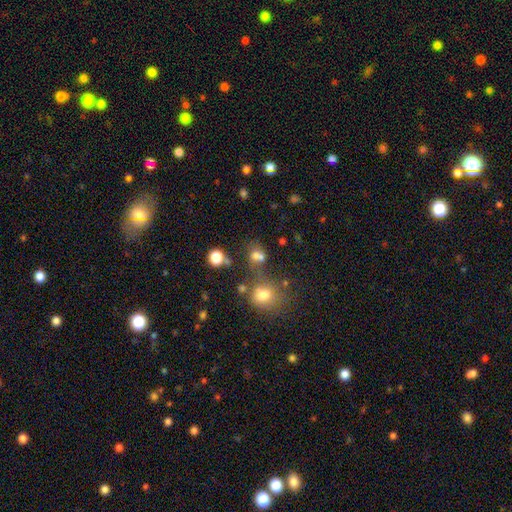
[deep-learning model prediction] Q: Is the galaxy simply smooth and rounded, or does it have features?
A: smooth — 68%.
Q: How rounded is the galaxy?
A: round — 63%.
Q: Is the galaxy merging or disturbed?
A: none — 44%.